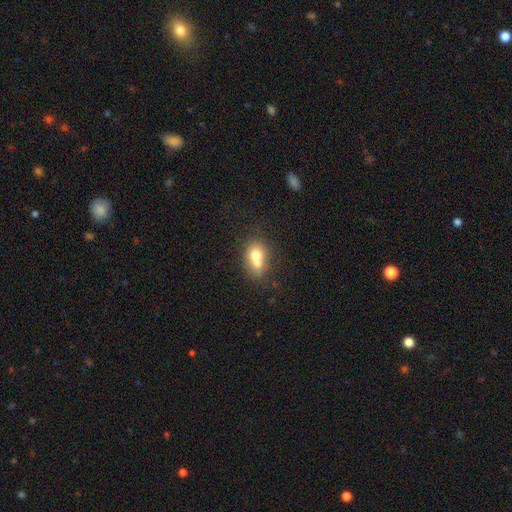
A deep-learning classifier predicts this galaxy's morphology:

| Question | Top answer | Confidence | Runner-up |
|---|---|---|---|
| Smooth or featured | smooth | 68% | featured or disk (22%) |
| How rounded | in between | 56% | round (42%) |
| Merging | merger | 54% | none (31%) |